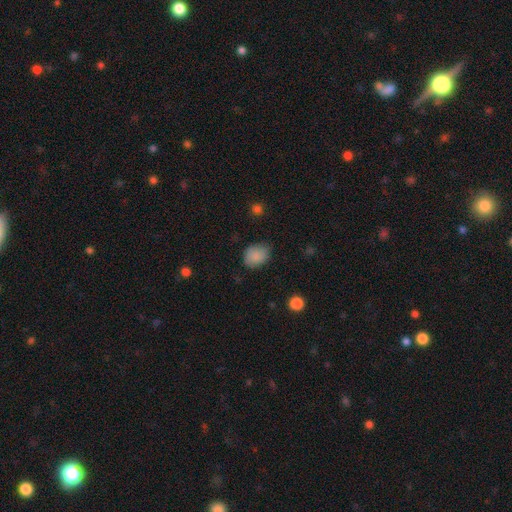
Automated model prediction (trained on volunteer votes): smooth-or-featured: smooth: 86% | star or artifact: 8% | featured or disk: 5%
  how-rounded: in between: 52% | round: 47% | cigar-shaped: 1%
  merging: none: 73% | minor disturbance: 21% | major disturbance: 4% | merger: 1%